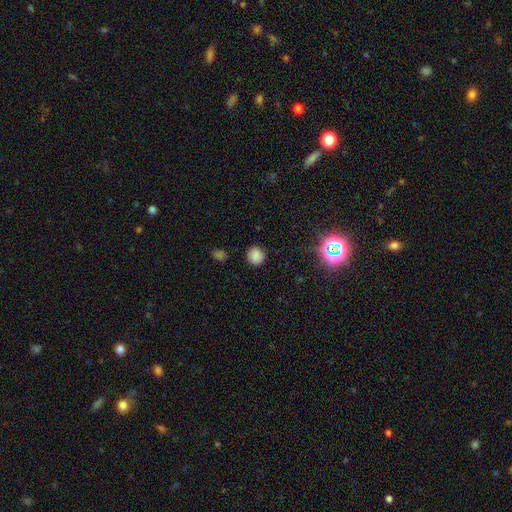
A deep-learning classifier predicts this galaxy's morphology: smooth 82%, star or artifact 14%, featured or disk 5%. Down the decision tree: how rounded — round (87%); merging — none (88%).